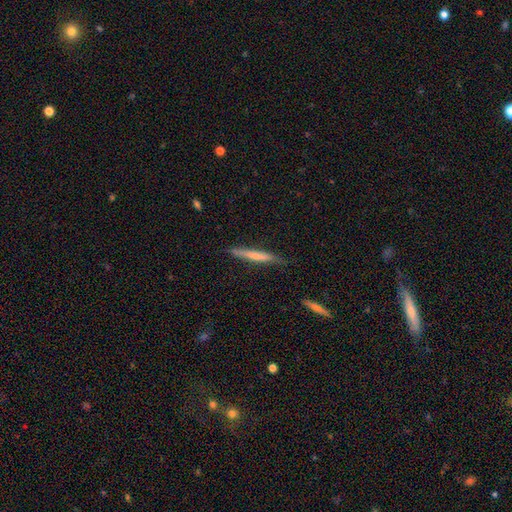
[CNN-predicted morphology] This appears to be a smooth galaxy with no disk features (61%) that is cigar-shaped (96%). Merging: none (83%).